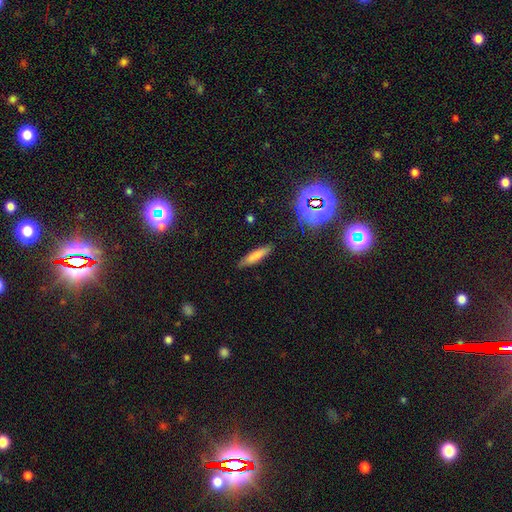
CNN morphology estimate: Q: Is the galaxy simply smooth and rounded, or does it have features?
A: smooth — 74%.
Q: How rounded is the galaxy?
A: cigar-shaped — 78%.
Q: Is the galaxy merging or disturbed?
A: none — 85%.